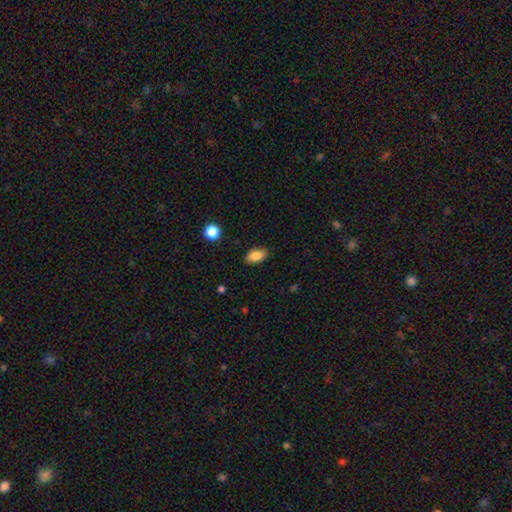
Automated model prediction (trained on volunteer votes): smooth_or_featured: smooth (p=0.86) [alt: star or artifact p=0.08]
how_rounded: in between (p=0.90) [alt: round p=0.08]
merging: none (p=0.85) [alt: minor disturbance p=0.11]